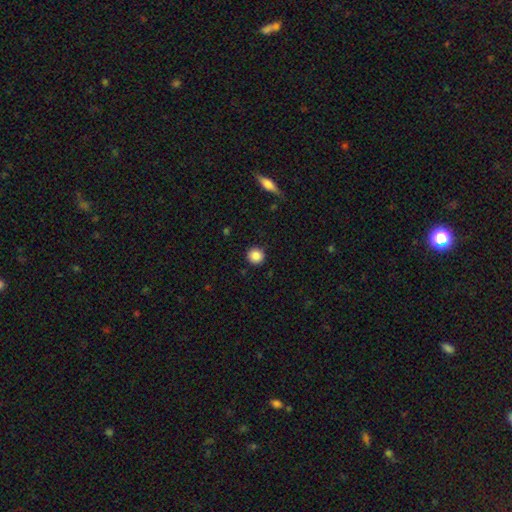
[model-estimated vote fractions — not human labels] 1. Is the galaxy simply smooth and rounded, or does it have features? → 87% smooth, 9% star or artifact, 4% featured or disk.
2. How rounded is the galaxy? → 95% round, 4% in between, 1% cigar-shaped.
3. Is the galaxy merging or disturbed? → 91% none, 6% minor disturbance, 2% major disturbance, 1% merger.